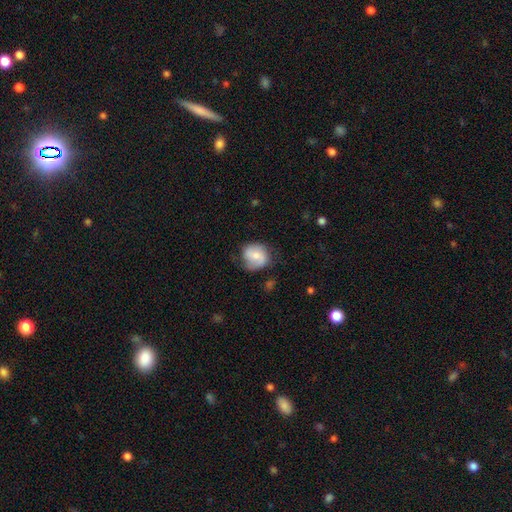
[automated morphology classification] A smooth galaxy with no disk features (59%) that is round (75%). Merging: none (66%).